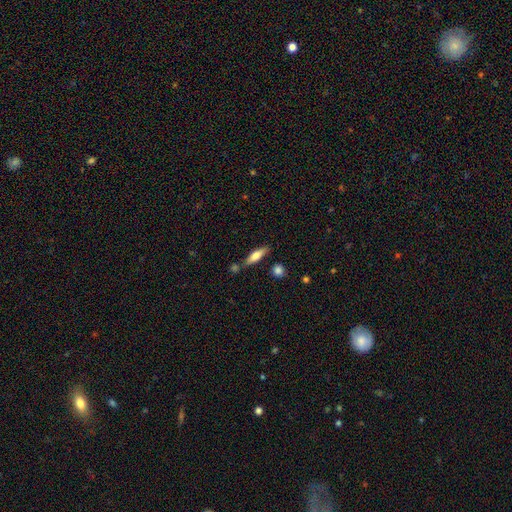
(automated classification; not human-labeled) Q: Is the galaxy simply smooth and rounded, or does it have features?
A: smooth — 63%.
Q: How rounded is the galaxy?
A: cigar-shaped — 61%.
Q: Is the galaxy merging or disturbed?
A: none — 75%.